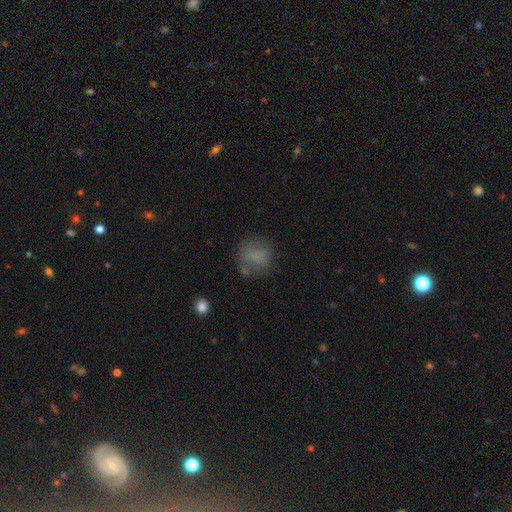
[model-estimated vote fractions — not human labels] smooth-or-featured: smooth: 73% | featured or disk: 15% | star or artifact: 12%
  how-rounded: round: 80% | in between: 19% | cigar-shaped: 1%
  merging: none: 67% | minor disturbance: 19% | major disturbance: 9% | merger: 4%